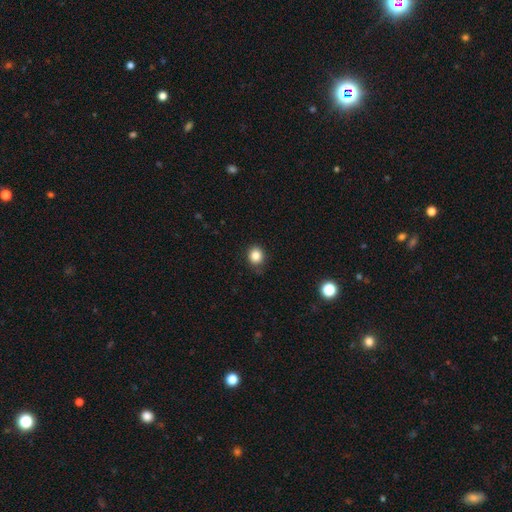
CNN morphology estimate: A smooth galaxy with no disk features (85%) that is round (80%).

Vote fractions:
- Smooth or featured? smooth: 85% / star or artifact: 11% / featured or disk: 5%
- How rounded? round: 80% / in between: 19% / cigar-shaped: 1%
- Merging? none: 83% / minor disturbance: 14% / major disturbance: 3% / merger: 1%